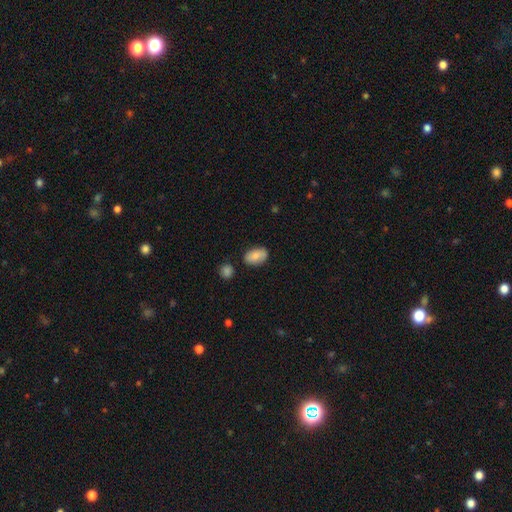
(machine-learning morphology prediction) smooth-or-featured: smooth: 82% | featured or disk: 11% | star or artifact: 7%
  how-rounded: in between: 92% | round: 7% | cigar-shaped: 2%
  merging: none: 78% | minor disturbance: 16% | merger: 4% | major disturbance: 3%